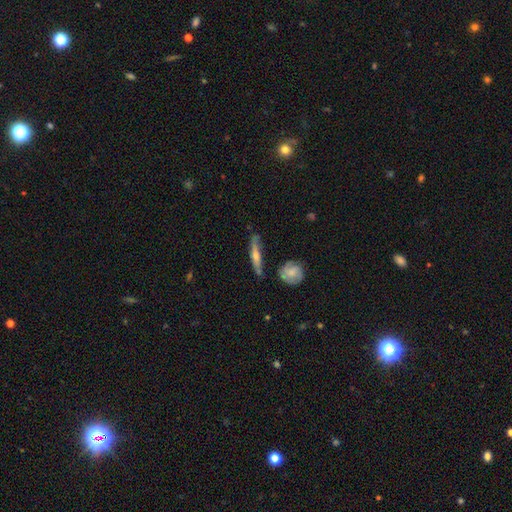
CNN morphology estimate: Smooth or featured? featured or disk (57%)
Edge-on disk? yes (81%)
Merging? none (71%)